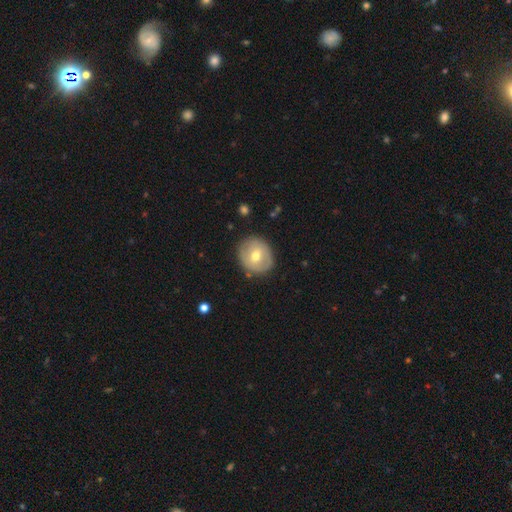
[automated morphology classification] Smooth or featured: smooth — 53% (featured or disk — 40%)
How rounded: round — 82% (in between — 17%)
Merging: none — 83% (minor disturbance — 12%)